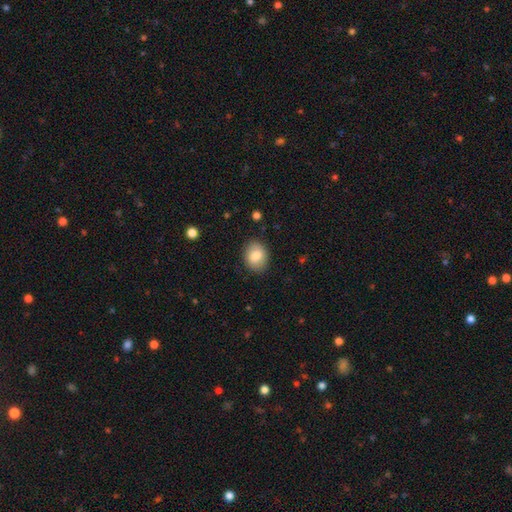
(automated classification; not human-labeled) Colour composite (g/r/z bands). It shows a smooth galaxy with no disk features (81%) that is in between round and cigar-shaped (53%). Merging: none (87%).